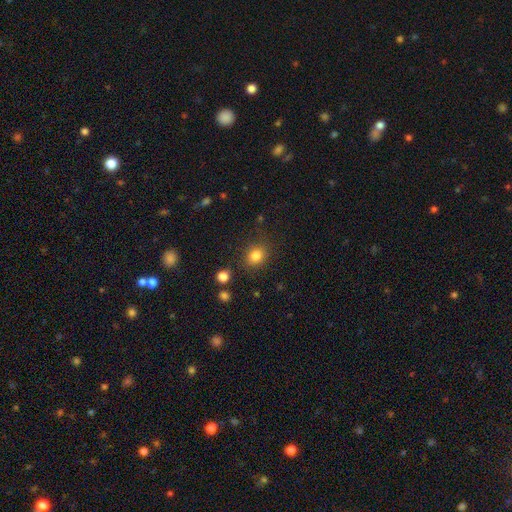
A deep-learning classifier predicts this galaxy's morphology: Smooth or featured?
  - smooth: 83% *
  - star or artifact: 12%
  - featured or disk: 6%
How rounded?
  - round: 64% *
  - in between: 35%
  - cigar-shaped: 1%
Merging?
  - none: 83% *
  - minor disturbance: 11%
  - major disturbance: 4%
  - merger: 3%